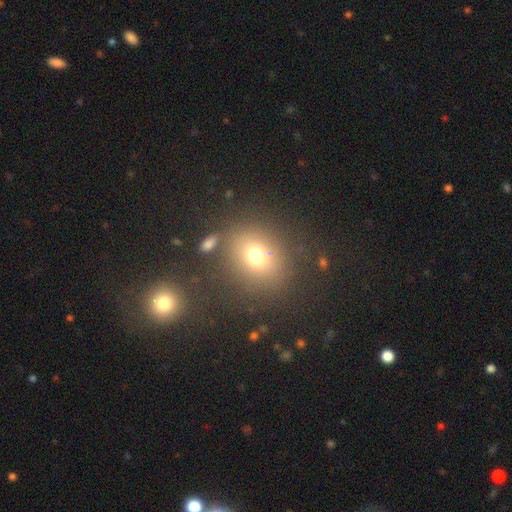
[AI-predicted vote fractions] This is likely a smooth galaxy (72%). How rounded: likely round (69%). Merging: likely none (78%).